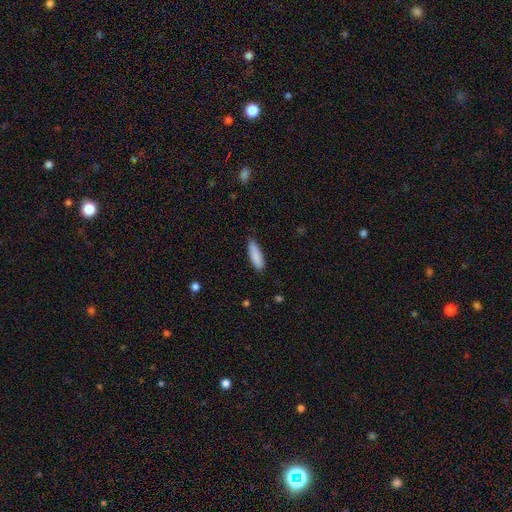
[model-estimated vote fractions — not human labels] Smooth or featured: smooth — 88% (star or artifact — 6%)
How rounded: cigar-shaped — 56% (in between — 43%)
Merging: none — 82% (minor disturbance — 15%)